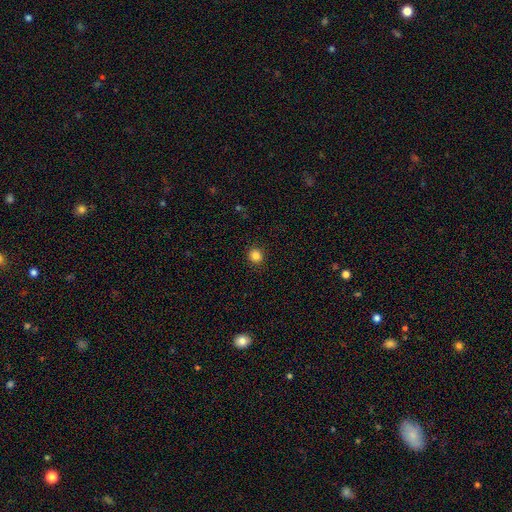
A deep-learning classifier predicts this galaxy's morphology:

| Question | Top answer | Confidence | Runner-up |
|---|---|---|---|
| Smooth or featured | smooth | 84% | star or artifact (12%) |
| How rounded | round | 88% | in between (11%) |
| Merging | none | 91% | minor disturbance (6%) |